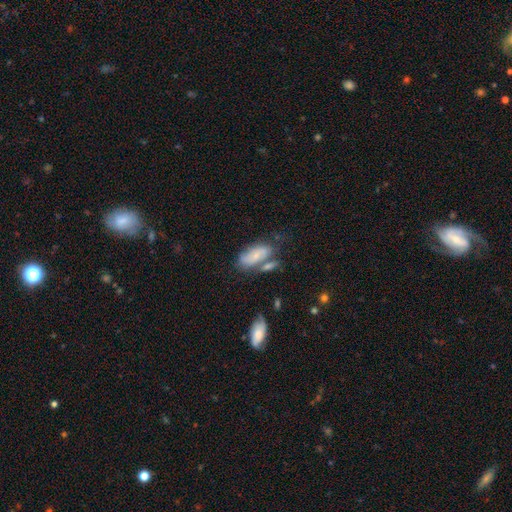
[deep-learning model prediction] Overall: smooth (63%; featured or disk 30%). How rounded: in between (86%). Merging: none (42%; merger 28%).